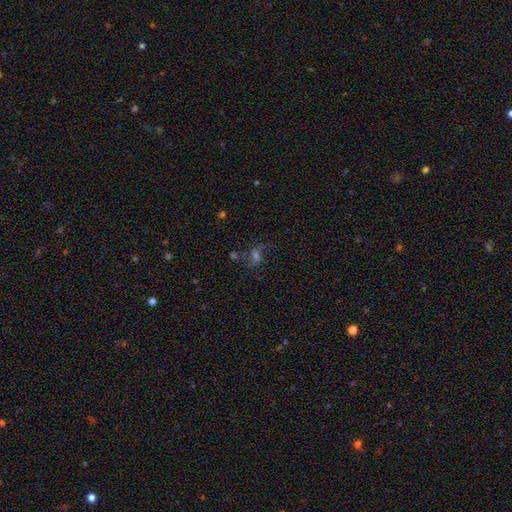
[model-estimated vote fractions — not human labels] Smooth or featured? featured or disk (51%)
Edge-on disk? no (95%)
Merging? none (61%)